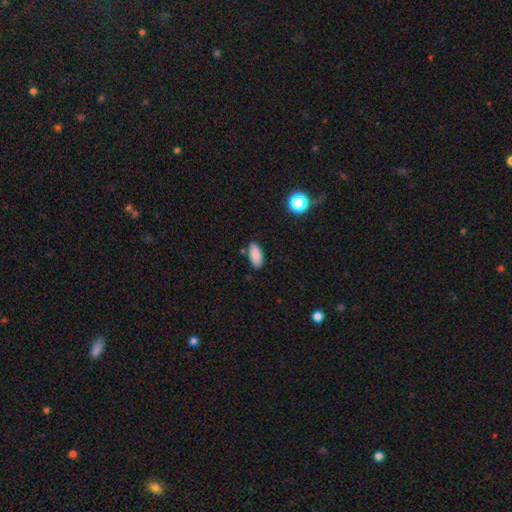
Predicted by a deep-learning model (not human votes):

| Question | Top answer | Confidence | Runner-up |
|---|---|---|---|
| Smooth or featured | smooth | 87% | star or artifact (8%) |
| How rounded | in between | 88% | cigar-shaped (10%) |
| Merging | none | 80% | minor disturbance (14%) |